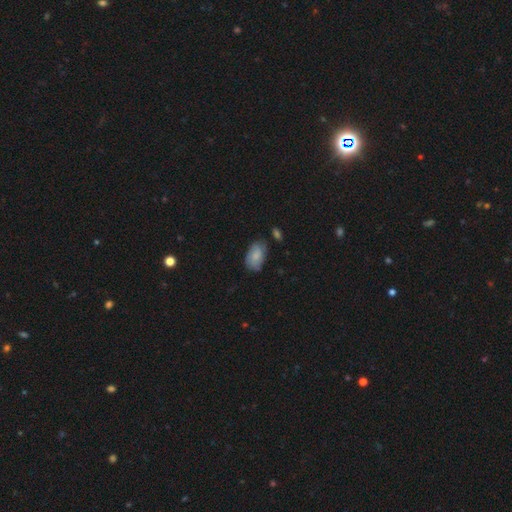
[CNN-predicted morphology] Overall: smooth (76%). How rounded: in between (92%). Merging: none (67%).